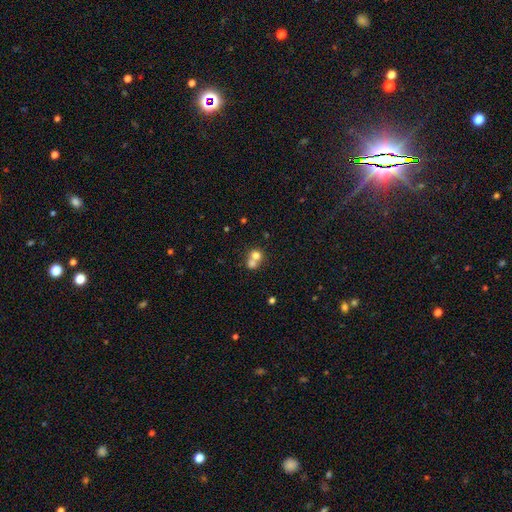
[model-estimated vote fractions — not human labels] This is likely a smooth galaxy (72%). How rounded: likely round (79%). Merging: likely merger (62%).